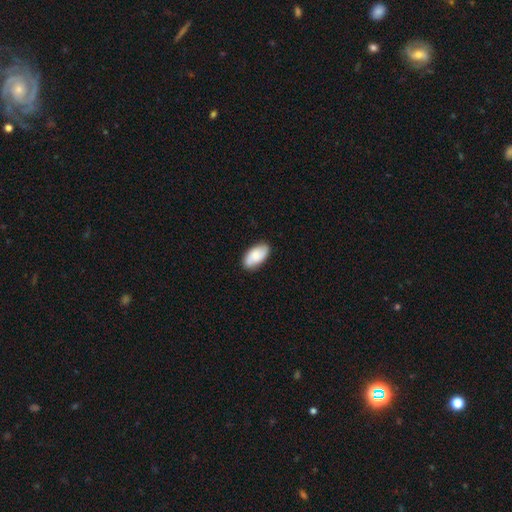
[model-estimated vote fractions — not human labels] Smooth or featured? smooth (64%)
How rounded? in between (94%)
Merging? none (84%)